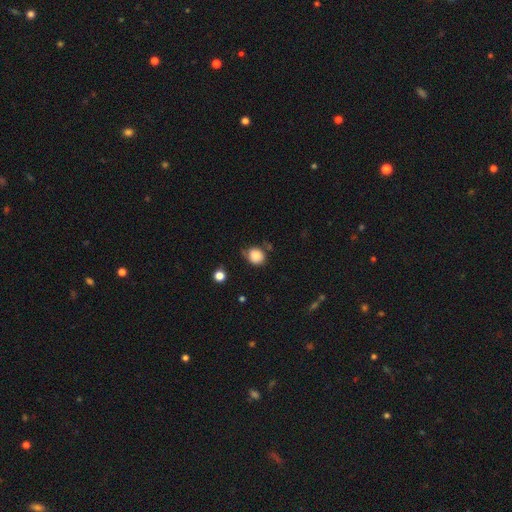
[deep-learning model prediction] Morphology: type=smooth (86%); roundness=round (76%); merging=none (64%).